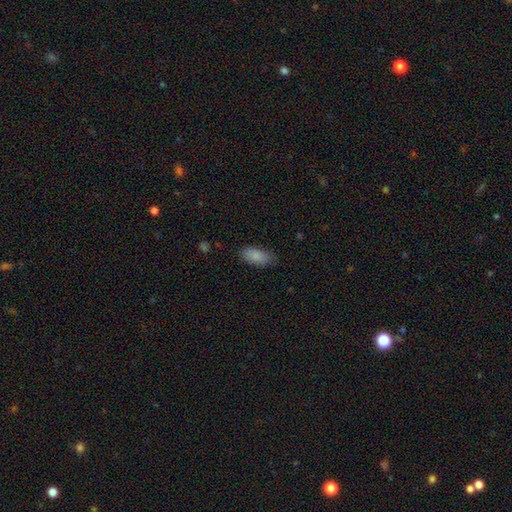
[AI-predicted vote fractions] smooth_or_featured: smooth (p=0.87) [alt: star or artifact p=0.07]
how_rounded: in between (p=0.90) [alt: cigar-shaped p=0.08]
merging: none (p=0.78) [alt: minor disturbance p=0.17]